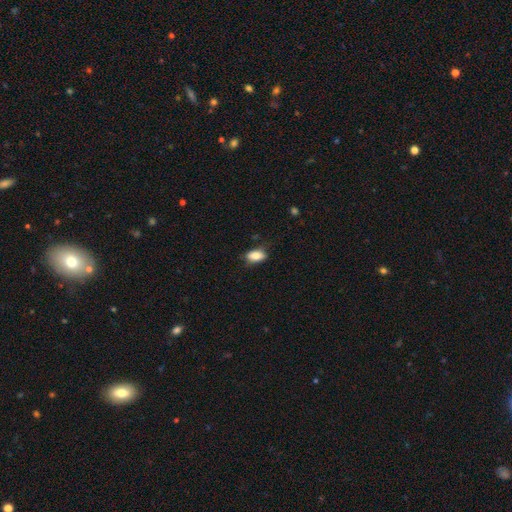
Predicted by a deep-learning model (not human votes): The model was most divided on "merging": none: 74%, minor disturbance: 21%, major disturbance: 4%, merger: 1%. More confident: how rounded — in between (89%); smooth or featured — smooth (84%).